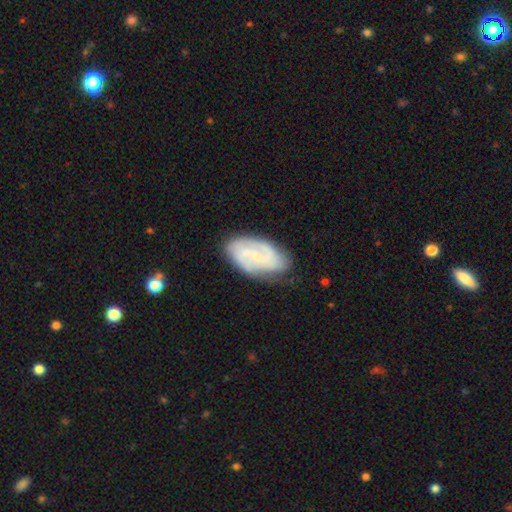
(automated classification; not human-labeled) Smooth or featured: featured or disk — 76% (smooth — 18%)
Edge-on disk: no — 97% (yes — 3%)
Bar: no — 53% (weak — 38%)
Spiral arms: yes — 94% (no — 6%)
Spiral winding: tight — 52% (medium — 37%)
Spiral arm count: 2 — 41% (can't tell — 23%)
Bulge size: small — 73% (moderate — 13%)
Merging: none — 74% (minor disturbance — 19%)